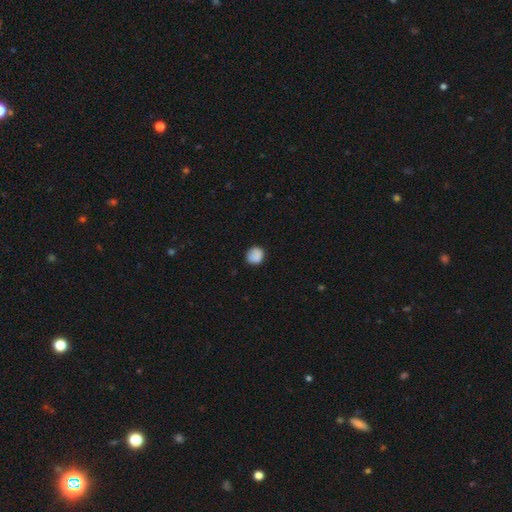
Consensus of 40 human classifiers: Smooth or featured? 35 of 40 (88%) said smooth. How rounded? 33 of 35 (94%) said round. Merging? 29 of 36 (81%) said none.